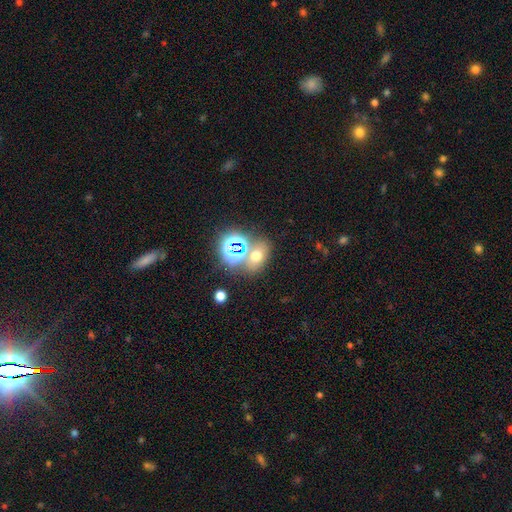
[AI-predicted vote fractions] Smooth or featured? Predicted: smooth (p=0.55). How rounded? Predicted: in between (p=0.57). Merging? Predicted: none (p=0.62).